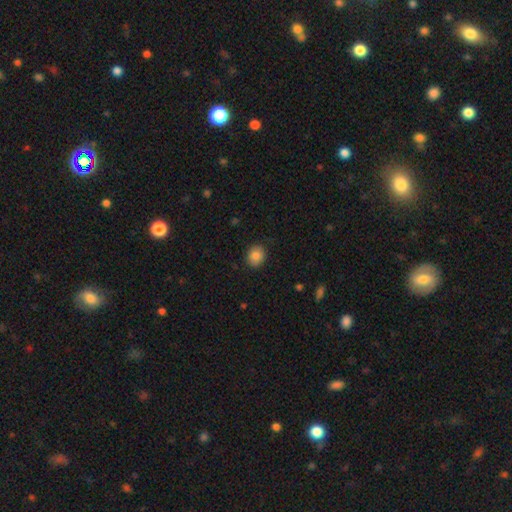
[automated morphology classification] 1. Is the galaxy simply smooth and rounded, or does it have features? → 85% smooth, 9% star or artifact, 6% featured or disk.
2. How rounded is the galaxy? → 66% round, 33% in between, 1% cigar-shaped.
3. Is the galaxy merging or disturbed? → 88% none, 9% minor disturbance, 2% major disturbance, 1% merger.